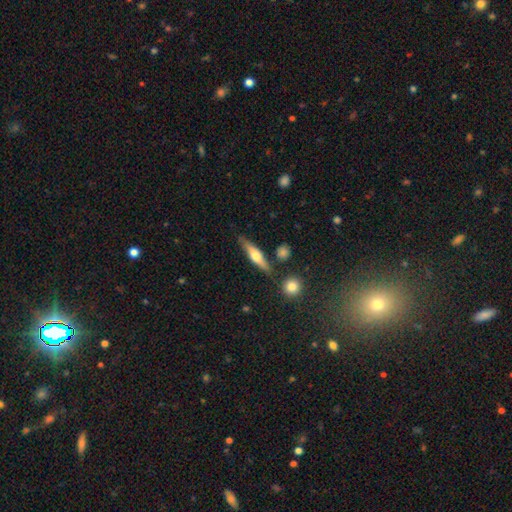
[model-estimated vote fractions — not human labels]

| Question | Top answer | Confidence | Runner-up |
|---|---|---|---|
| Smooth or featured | featured or disk | 52% | smooth (42%) |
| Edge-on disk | yes | 92% | no (8%) |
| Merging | none | 80% | minor disturbance (11%) |